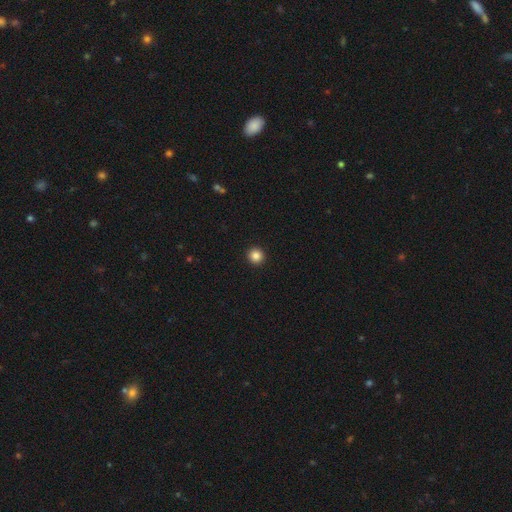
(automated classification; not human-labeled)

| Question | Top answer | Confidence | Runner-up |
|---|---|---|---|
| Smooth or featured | smooth | 86% | star or artifact (11%) |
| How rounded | round | 96% | in between (3%) |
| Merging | none | 94% | minor disturbance (4%) |